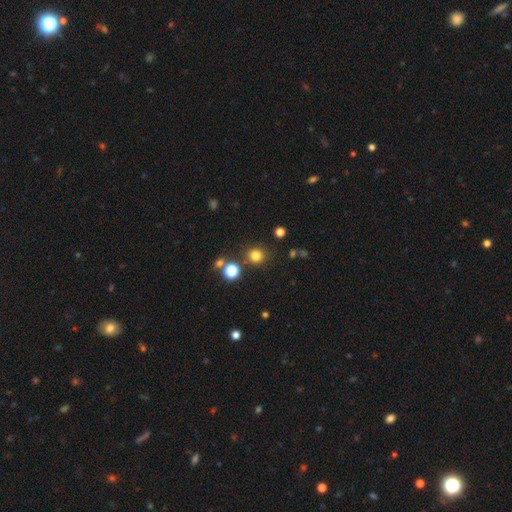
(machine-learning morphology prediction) Q: Smooth or featured?
A: smooth (78%); runner-up: star or artifact (16%)
Q: How rounded?
A: round (91%); runner-up: in between (8%)
Q: Merging?
A: none (83%); runner-up: minor disturbance (8%)